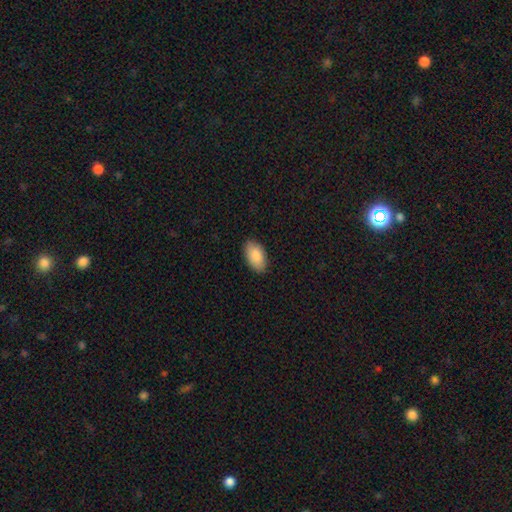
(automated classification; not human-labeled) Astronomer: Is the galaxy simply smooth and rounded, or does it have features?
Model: smooth — 88%.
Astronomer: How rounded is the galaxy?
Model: in between — 95%.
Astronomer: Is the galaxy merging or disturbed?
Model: none — 88%.